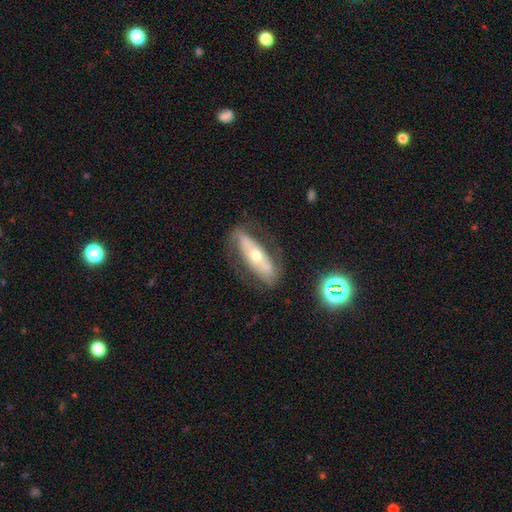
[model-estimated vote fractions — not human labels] featured or disk 60%, smooth 32%, star or artifact 8%. Down the decision tree: edge-on disk — no (66%); merging — none (69%).